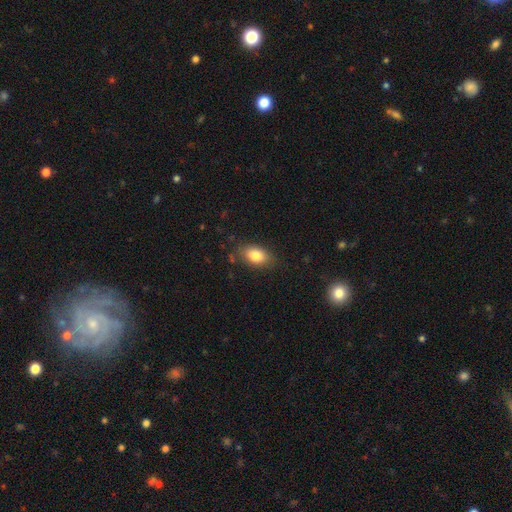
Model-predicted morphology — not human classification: Smooth or featured: smooth — 82% (featured or disk — 10%)
How rounded: in between — 88% (round — 10%)
Merging: none — 81% (minor disturbance — 14%)